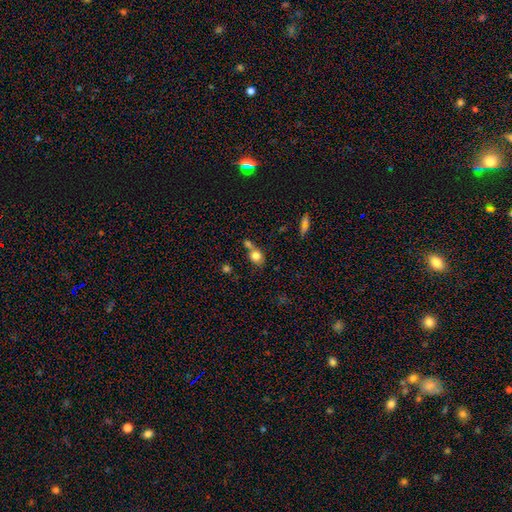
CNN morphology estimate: Q: Smooth or featured?
A: smooth (80%); runner-up: featured or disk (10%)
Q: How rounded?
A: round (63%); runner-up: in between (35%)
Q: Merging?
A: merger (42%); runner-up: none (39%)